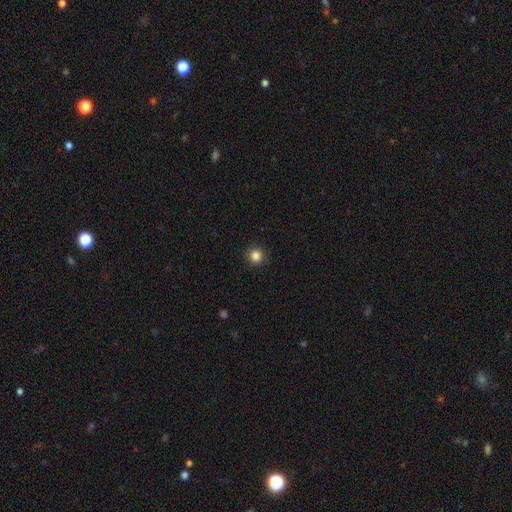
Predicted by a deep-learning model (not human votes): smooth-or-featured: smooth: 85% | star or artifact: 11% | featured or disk: 4%
  how-rounded: round: 94% | in between: 5% | cigar-shaped: 1%
  merging: none: 92% | minor disturbance: 6% | major disturbance: 2% | merger: 1%